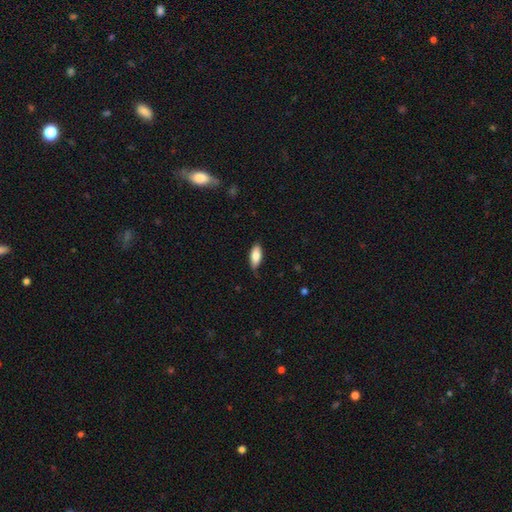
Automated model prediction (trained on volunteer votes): Smooth or featured? Predicted: smooth (p=0.83). How rounded? Predicted: in between (p=0.82). Merging? Predicted: none (p=0.75).